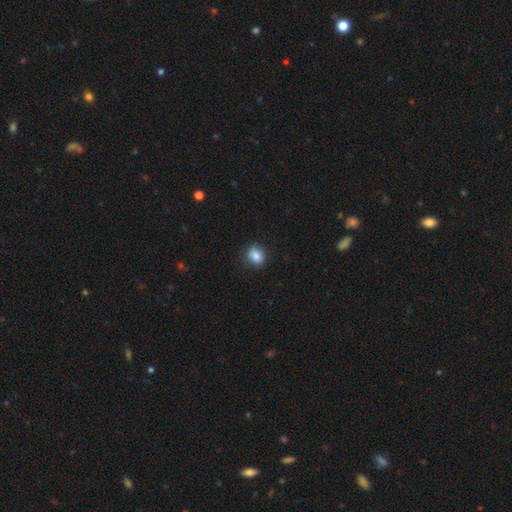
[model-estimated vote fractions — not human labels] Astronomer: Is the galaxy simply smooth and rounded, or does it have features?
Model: smooth — 85%.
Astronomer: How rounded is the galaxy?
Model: round — 60% (runner-up: in between, 39%).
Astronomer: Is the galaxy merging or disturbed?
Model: none — 83%.